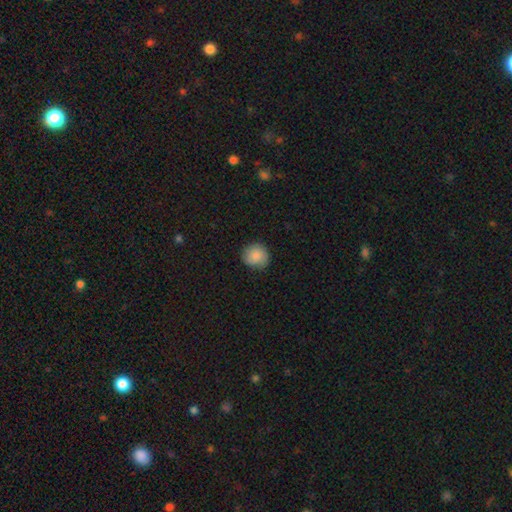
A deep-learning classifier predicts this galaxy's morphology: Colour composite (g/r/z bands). It shows a smooth galaxy with no disk features (84%) that is round (88%). Merging: none (78%).